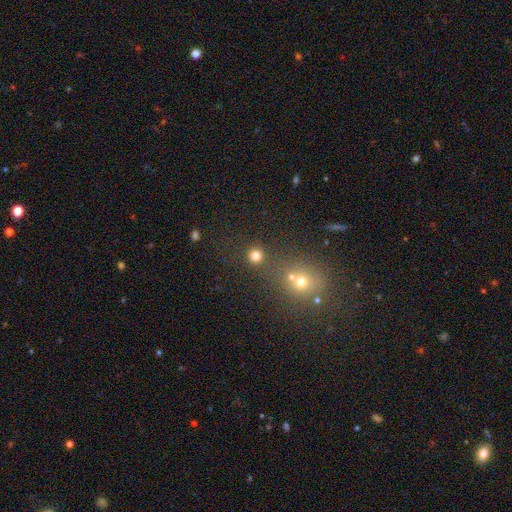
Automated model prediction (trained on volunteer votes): This appears to be a smooth galaxy with no disk features (78%) that is round (93%). Merging: none (81%).